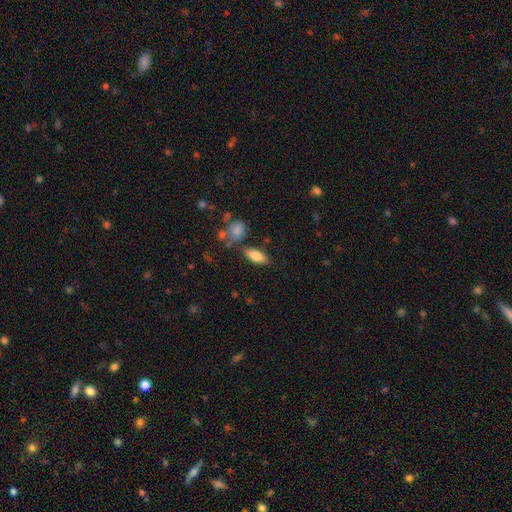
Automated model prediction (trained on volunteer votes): This appears to be a smooth galaxy with no disk features (76%) that is in between round and cigar-shaped (77%). Merging: none (77%).